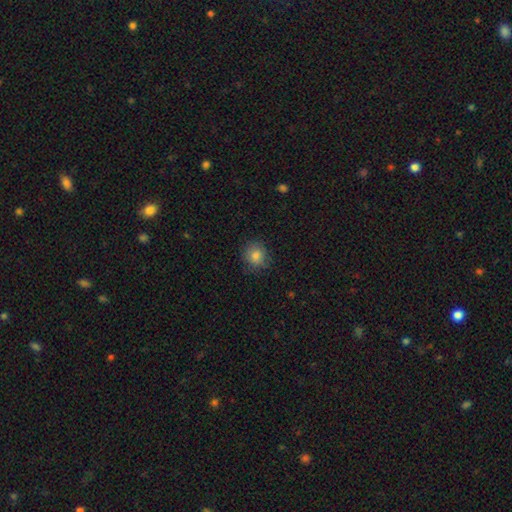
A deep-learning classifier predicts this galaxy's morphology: The model was most divided on "merging": none: 82%, minor disturbance: 14%, major disturbance: 3%, merger: 1%. More confident: how rounded — round (86%); smooth or featured — smooth (83%).